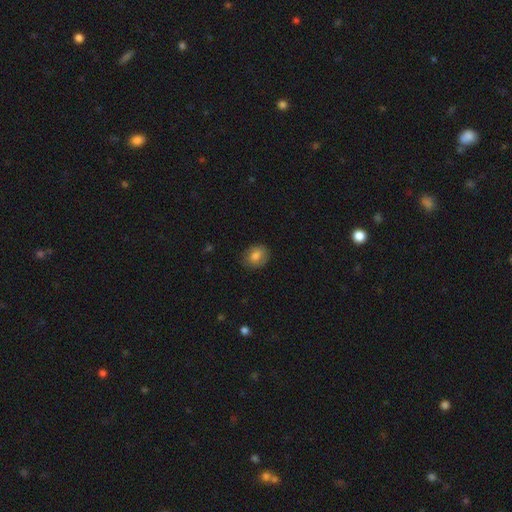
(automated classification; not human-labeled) Smooth or featured: smooth — 81% (featured or disk — 11%)
How rounded: round — 53% (in between — 46%)
Merging: none — 82% (minor disturbance — 14%)